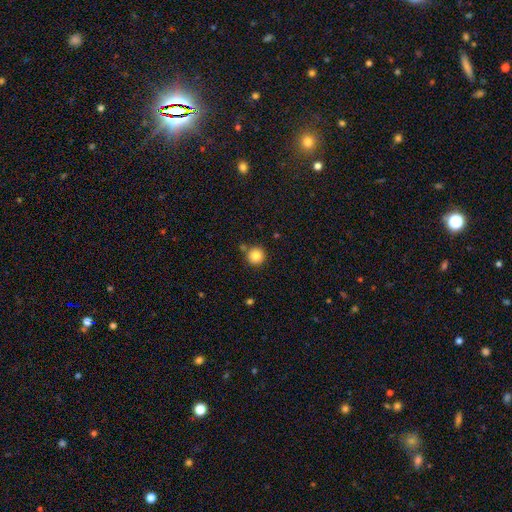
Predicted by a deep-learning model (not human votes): The model was most divided on "merging": none: 80%, minor disturbance: 9%, merger: 8%, major disturbance: 3%. More confident: how rounded — round (95%); smooth or featured — smooth (84%).